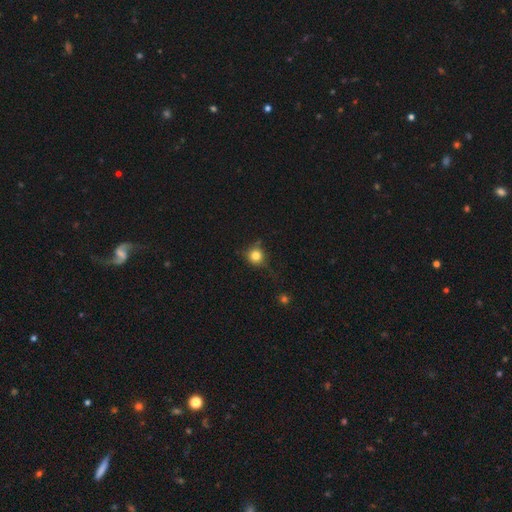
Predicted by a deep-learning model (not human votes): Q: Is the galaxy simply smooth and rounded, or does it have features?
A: smooth — 78%.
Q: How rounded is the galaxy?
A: round — 90%.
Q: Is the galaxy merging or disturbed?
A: none — 67%.